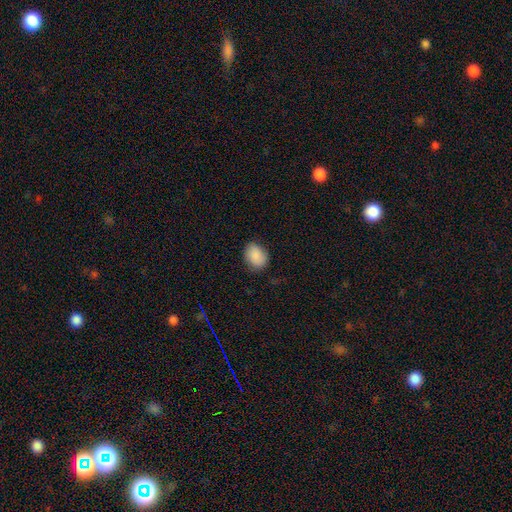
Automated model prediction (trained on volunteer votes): A smooth galaxy with no disk features (89%) that is in between round and cigar-shaped (63%). Merging: none (82%).